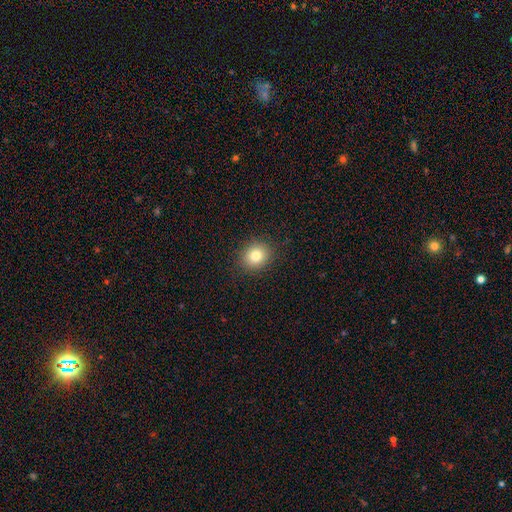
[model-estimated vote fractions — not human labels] A smooth galaxy with no disk features (81%) that is round (70%). Merging: none (89%).